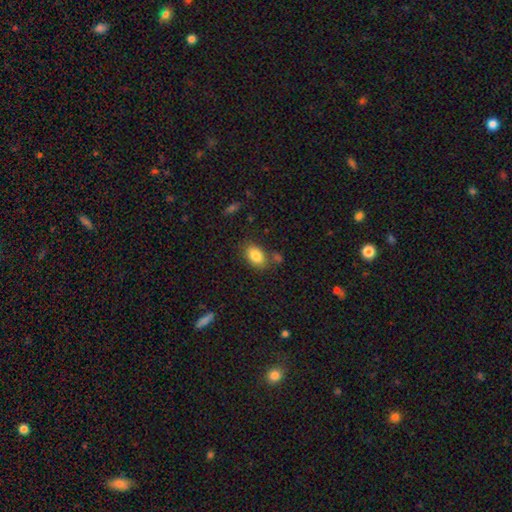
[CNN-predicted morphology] smooth-or-featured: smooth: 84% | star or artifact: 8% | featured or disk: 8%
  how-rounded: in between: 86% | round: 13% | cigar-shaped: 1%
  merging: none: 73% | minor disturbance: 14% | merger: 9% | major disturbance: 4%